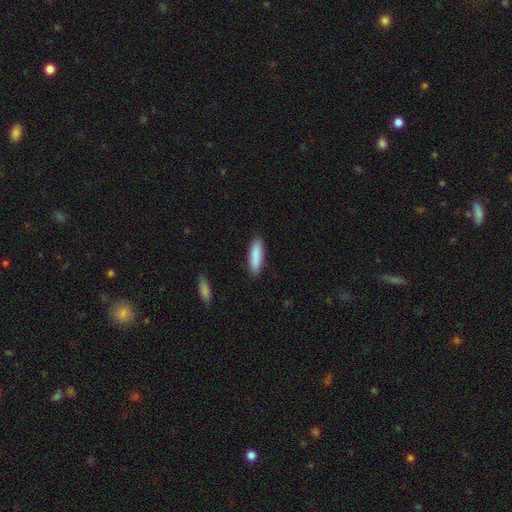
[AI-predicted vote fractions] Smooth or featured?
  - smooth: 89% *
  - featured or disk: 6%
  - star or artifact: 6%
How rounded?
  - cigar-shaped: 58% *
  - in between: 41%
  - round: 1%
Merging?
  - none: 89% *
  - minor disturbance: 8%
  - major disturbance: 2%
  - merger: 1%